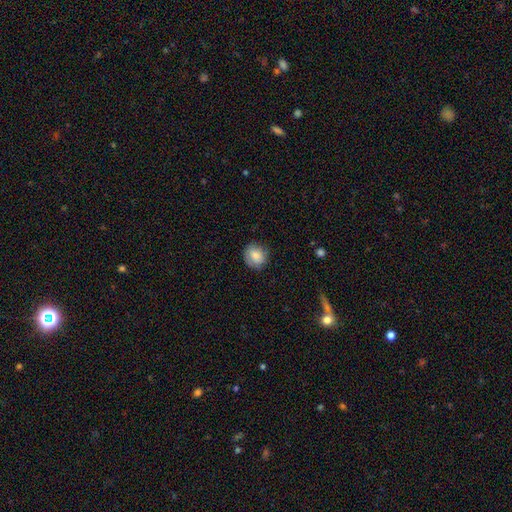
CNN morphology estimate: Smooth or featured: smooth — 79% (featured or disk — 13%)
How rounded: round — 76% (in between — 23%)
Merging: none — 80% (minor disturbance — 15%)